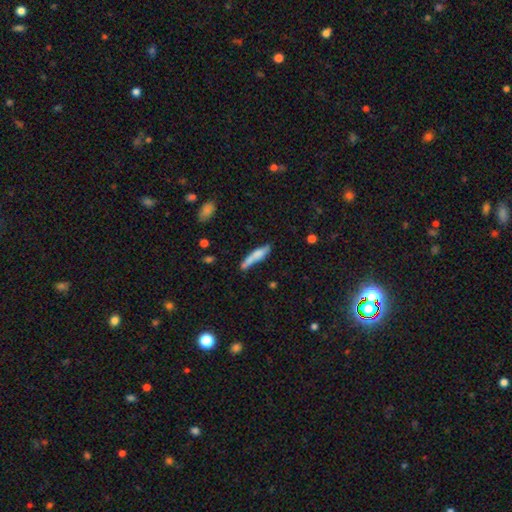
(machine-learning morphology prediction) type=smooth (67%); roundness=cigar-shaped (81%); merging=none (54%).